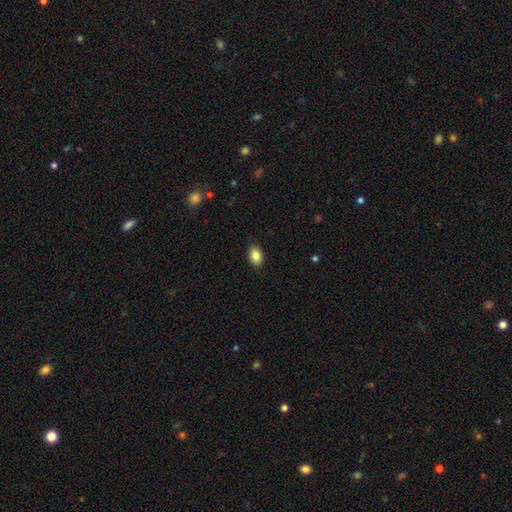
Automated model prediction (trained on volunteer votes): This is clearly a smooth galaxy (85%). How rounded: clearly in between (86%). Merging: clearly none (89%).